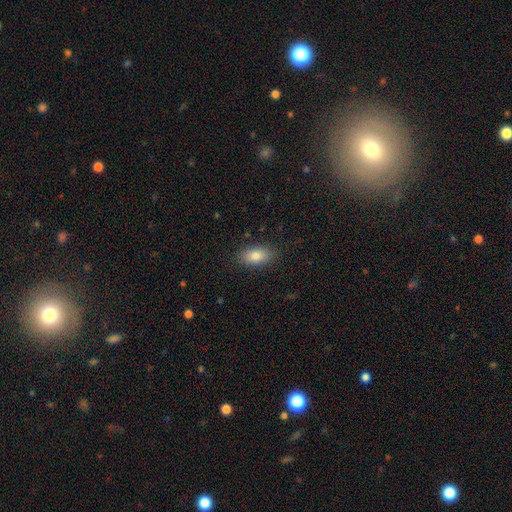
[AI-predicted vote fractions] Smooth or featured?
  - smooth: 84% *
  - star or artifact: 8%
  - featured or disk: 8%
How rounded?
  - in between: 90% *
  - round: 7%
  - cigar-shaped: 3%
Merging?
  - none: 87% *
  - minor disturbance: 10%
  - major disturbance: 3%
  - merger: 1%